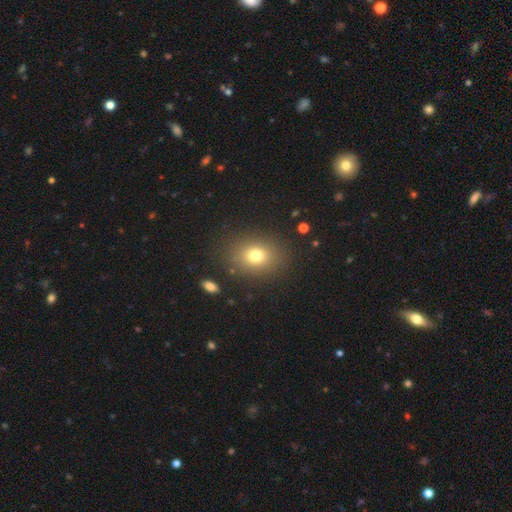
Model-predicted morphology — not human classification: Smooth or featured?
  - smooth: 75% *
  - star or artifact: 14%
  - featured or disk: 11%
How rounded?
  - round: 50% *
  - in between: 49%
  - cigar-shaped: 1%
Merging?
  - none: 85% *
  - minor disturbance: 9%
  - major disturbance: 4%
  - merger: 2%